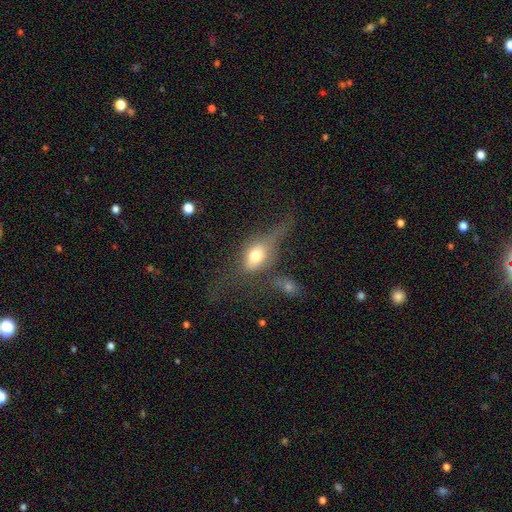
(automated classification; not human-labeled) smooth_or_featured: smooth (p=0.55) [alt: featured or disk p=0.35]
how_rounded: in between (p=0.72) [alt: round p=0.18]
merging: major disturbance (p=0.33) [tied with: none p=0.33]